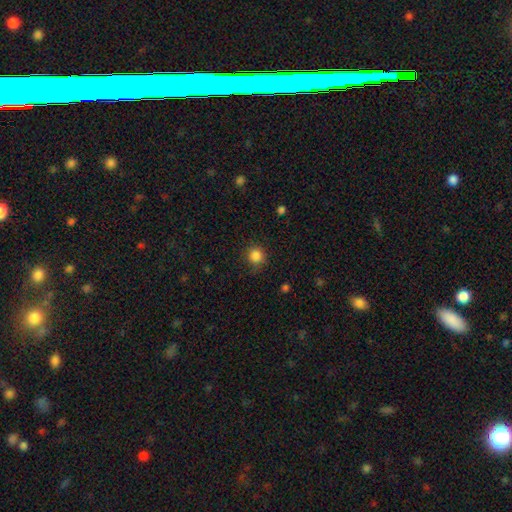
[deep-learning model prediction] Q: Smooth or featured?
A: smooth (85%); runner-up: star or artifact (11%)
Q: How rounded?
A: round (92%); runner-up: in between (7%)
Q: Merging?
A: none (82%); runner-up: minor disturbance (13%)